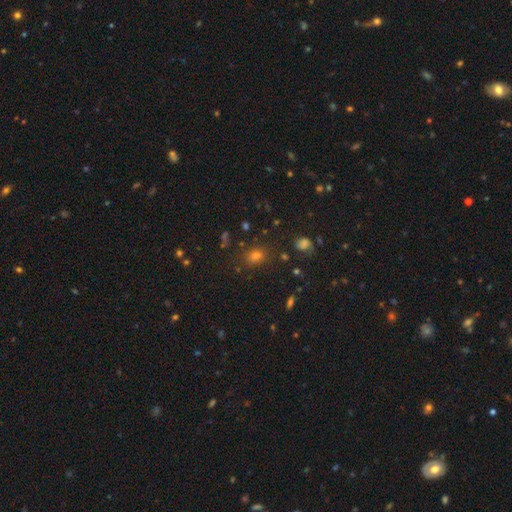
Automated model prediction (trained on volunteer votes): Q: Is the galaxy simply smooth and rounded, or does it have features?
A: smooth — 66%.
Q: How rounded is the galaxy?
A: round — 55%.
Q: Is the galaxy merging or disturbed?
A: none — 81%.